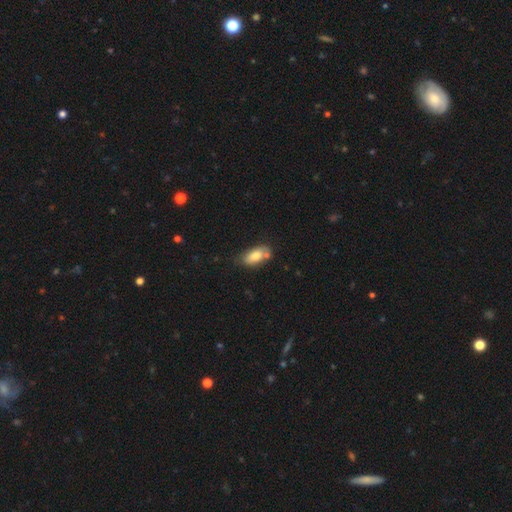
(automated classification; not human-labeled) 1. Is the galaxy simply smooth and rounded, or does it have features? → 78% smooth, 15% featured or disk, 7% star or artifact.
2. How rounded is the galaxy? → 89% in between, 6% cigar-shaped, 4% round.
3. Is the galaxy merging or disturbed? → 58% none, 22% minor disturbance, 15% merger, 5% major disturbance.